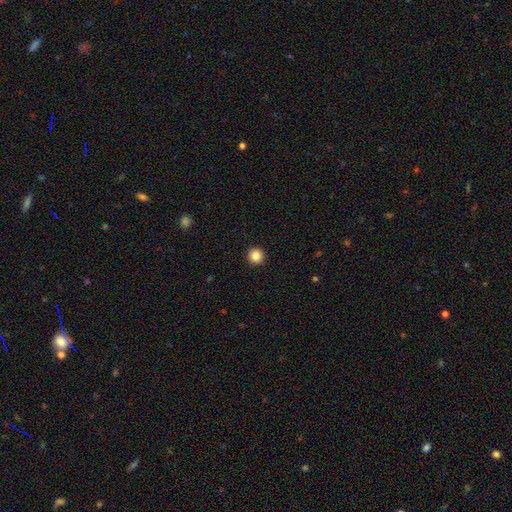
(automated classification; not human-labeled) This is clearly a smooth galaxy (84%). How rounded: clearly round (95%). Merging: clearly none (94%).